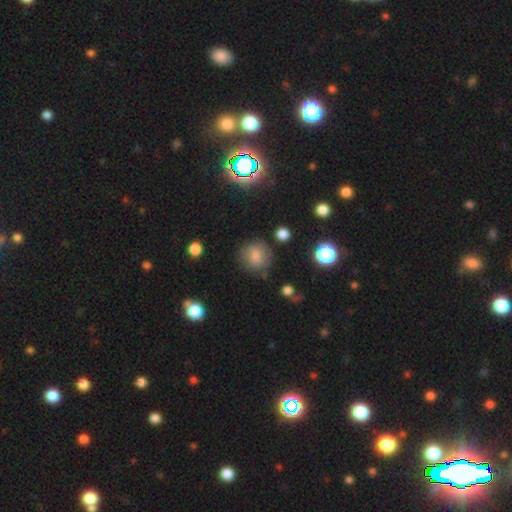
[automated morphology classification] A smooth galaxy with no disk features (76%) that is round (82%). Merging: none (73%).